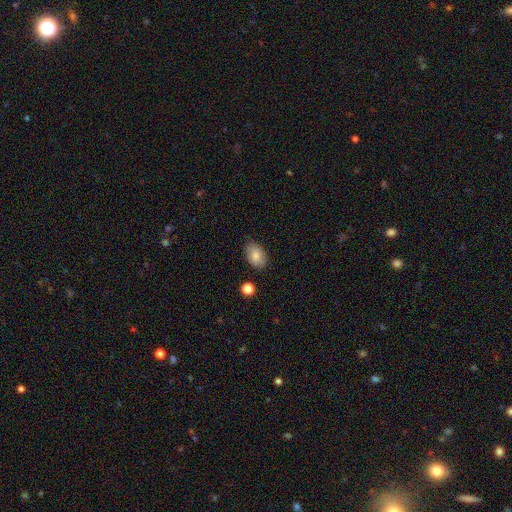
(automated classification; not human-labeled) Smooth or featured: smooth — 85% (star or artifact — 8%)
How rounded: in between — 88% (round — 10%)
Merging: none — 78% (minor disturbance — 17%)